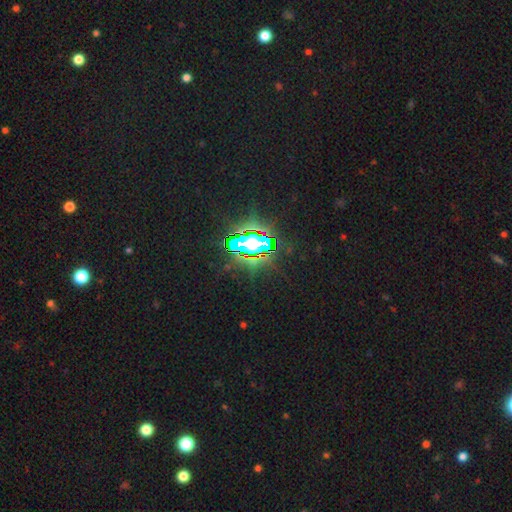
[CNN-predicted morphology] A star or artifact, not a galaxy (81%).

Vote fractions:
- Smooth or featured? star or artifact: 81% / smooth: 11% / featured or disk: 8%